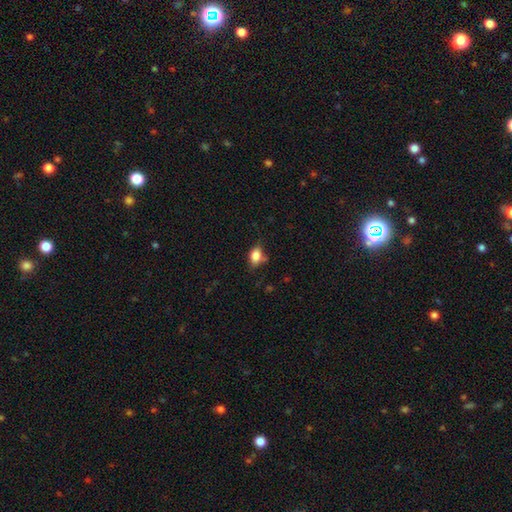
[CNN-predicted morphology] smooth_or_featured: smooth (p=0.81) [alt: star or artifact p=0.10]
how_rounded: in between (p=0.75) [alt: round p=0.23]
merging: none (p=0.58) [alt: minor disturbance p=0.28]